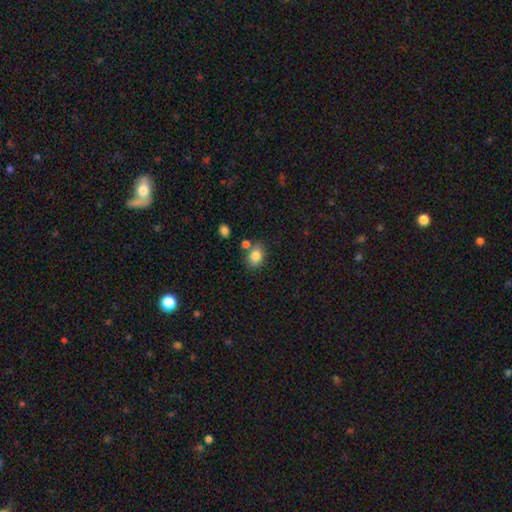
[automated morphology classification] This is clearly a smooth galaxy (83%). How rounded: likely in between (67%). Merging: likely none (67%).